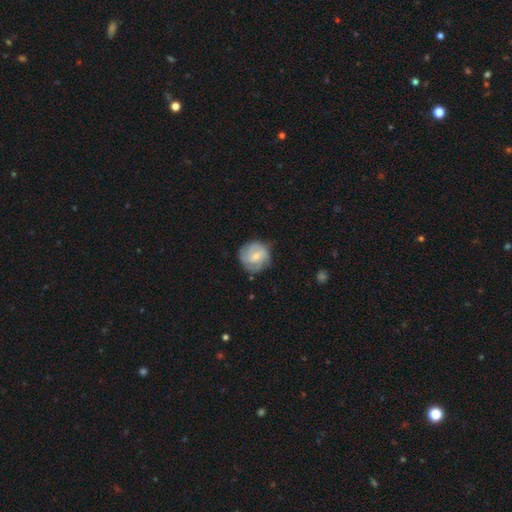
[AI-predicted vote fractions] A featured or disk galaxy (55%) with no bar (49%), spiral arms (82%) and a small central bulge (54%).

Vote fractions:
- Smooth or featured? featured or disk: 55% / smooth: 38% / star or artifact: 7%
- Edge-on disk? no: 98% / yes: 2%
- Bar? no: 49% / weak: 43% / strong: 8%
- Spiral arms? yes: 82% / no: 18%
- Bulge size? small: 54% / moderate: 40% / none: 4% / large: 2% / dominant: 1%
- Merging? none: 75% / minor disturbance: 18% / major disturbance: 6% / merger: 1%